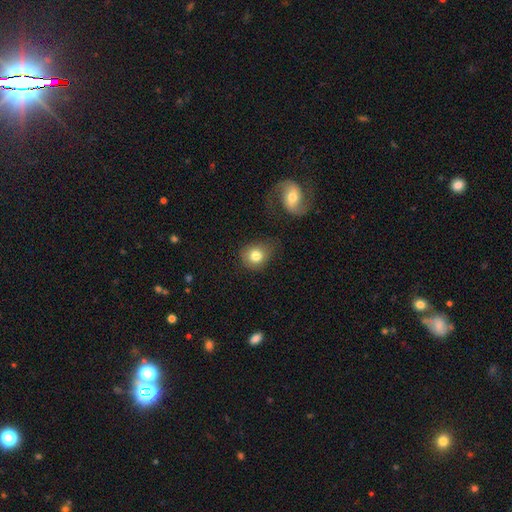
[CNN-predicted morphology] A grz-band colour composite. It shows a smooth galaxy with no disk features (81%) that is round (72%). Merging: none (63%).